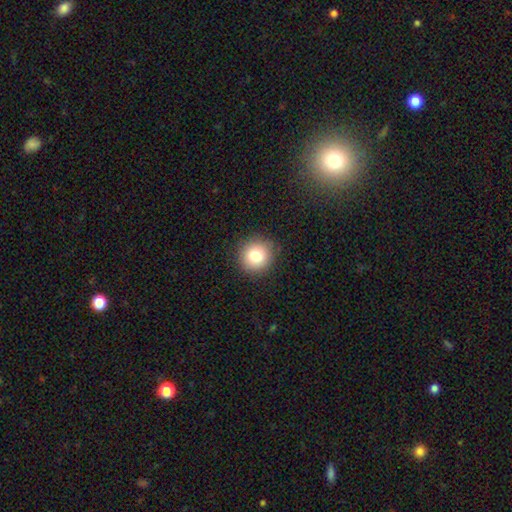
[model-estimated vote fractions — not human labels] The model was most divided on "smooth or featured": smooth: 82%, star or artifact: 10%, featured or disk: 8%. More confident: how rounded — round (93%); merging — none (89%).